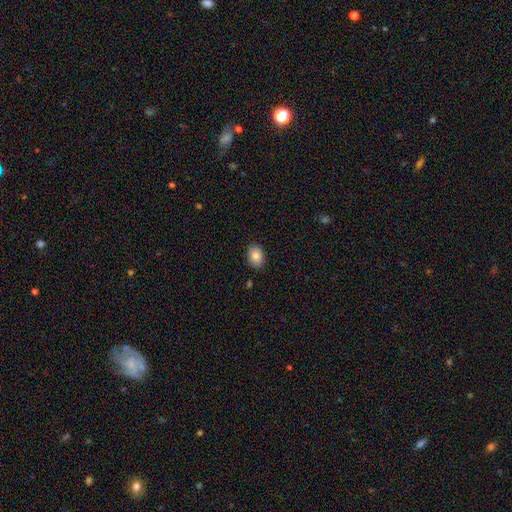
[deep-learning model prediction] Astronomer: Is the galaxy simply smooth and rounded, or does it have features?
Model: smooth — 83%.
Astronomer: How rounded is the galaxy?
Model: in between — 75%.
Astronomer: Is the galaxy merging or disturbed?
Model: none — 88%.